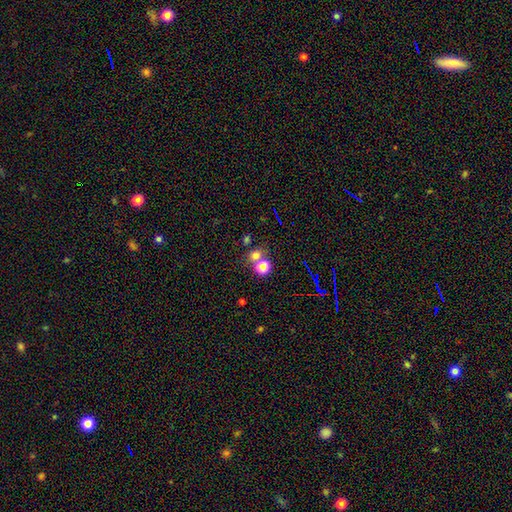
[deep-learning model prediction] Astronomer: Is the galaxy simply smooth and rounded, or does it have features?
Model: smooth — 70%.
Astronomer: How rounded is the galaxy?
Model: round — 68%.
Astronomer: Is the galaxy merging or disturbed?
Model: none — 55% (runner-up: merger, 33%).